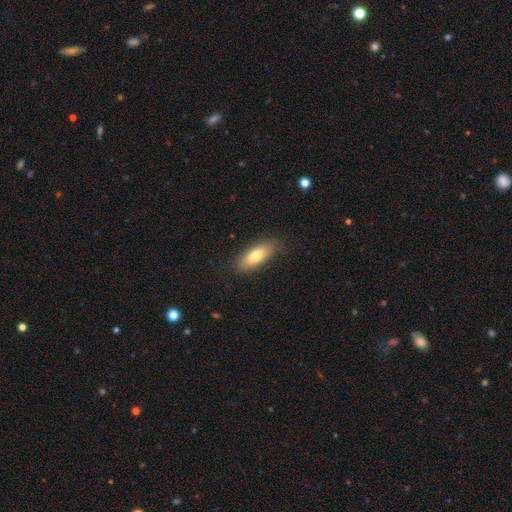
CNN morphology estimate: A smooth galaxy with no disk features (75%) that is in between round and cigar-shaped (73%).

Vote fractions:
- Smooth or featured? smooth: 75% / featured or disk: 18% / star or artifact: 6%
- How rounded? in between: 73% / cigar-shaped: 24% / round: 3%
- Merging? none: 84% / minor disturbance: 13% / major disturbance: 3% / merger: 1%